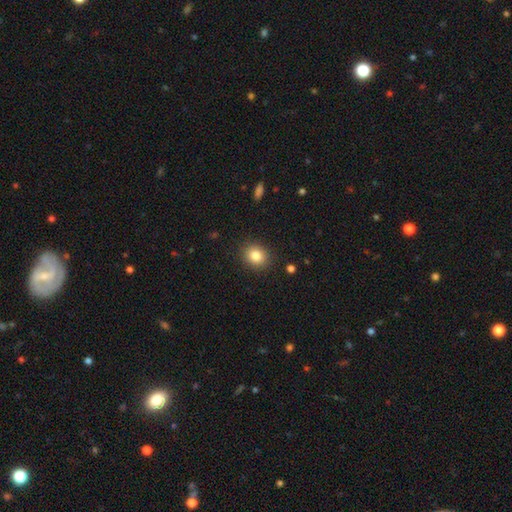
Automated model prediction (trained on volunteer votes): Q: Smooth or featured?
A: smooth (84%); runner-up: star or artifact (10%)
Q: How rounded?
A: round (65%); runner-up: in between (34%)
Q: Merging?
A: none (89%); runner-up: minor disturbance (8%)